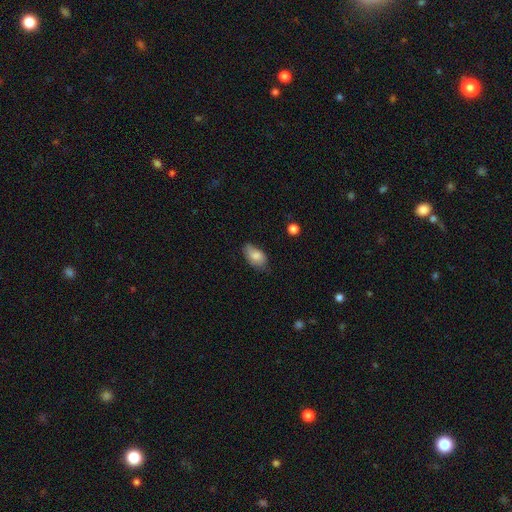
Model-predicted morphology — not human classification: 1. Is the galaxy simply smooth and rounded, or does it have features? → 78% smooth, 14% featured or disk, 7% star or artifact.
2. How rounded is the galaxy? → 93% in between, 5% round, 2% cigar-shaped.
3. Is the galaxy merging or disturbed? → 63% none, 30% minor disturbance, 6% major disturbance, 2% merger.